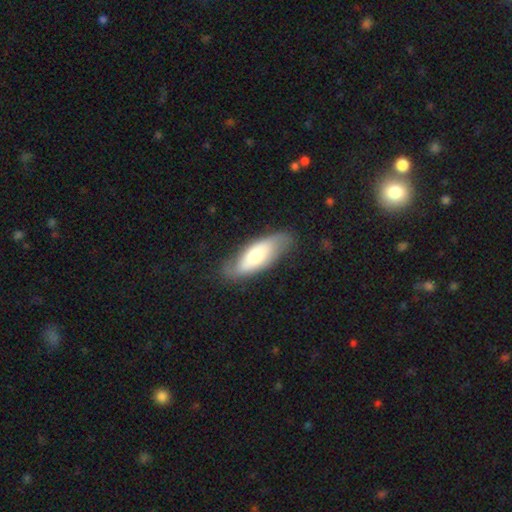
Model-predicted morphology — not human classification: This is possibly a smooth galaxy (54%). How rounded: likely in between (72%). Merging: likely none (71%).